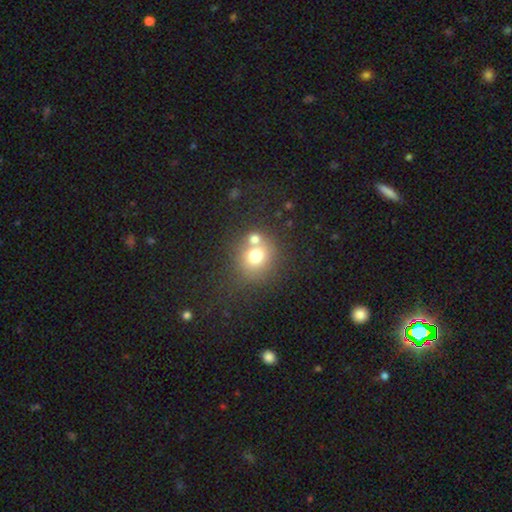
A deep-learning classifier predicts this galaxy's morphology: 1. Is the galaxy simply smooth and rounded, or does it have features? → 71% smooth, 15% featured or disk, 14% star or artifact.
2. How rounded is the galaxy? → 82% round, 17% in between, 1% cigar-shaped.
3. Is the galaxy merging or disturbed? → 51% none, 36% merger, 9% minor disturbance, 4% major disturbance.